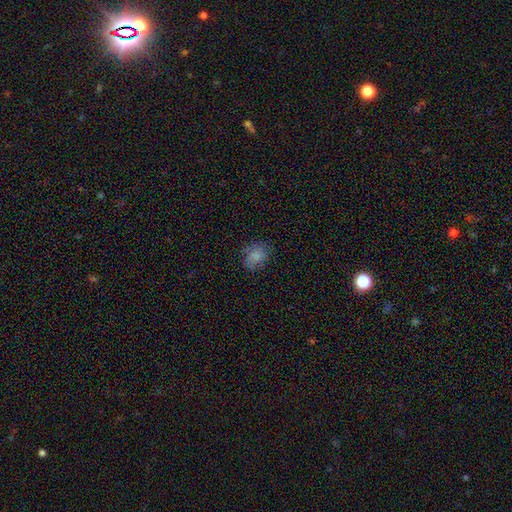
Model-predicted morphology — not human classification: A smooth galaxy with no disk features (81%) that is in between round and cigar-shaped (54%).

Vote fractions:
- Smooth or featured? smooth: 81% / star or artifact: 11% / featured or disk: 8%
- How rounded? in between: 54% / round: 45% / cigar-shaped: 1%
- Merging? none: 73% / minor disturbance: 20% / major disturbance: 6% / merger: 1%